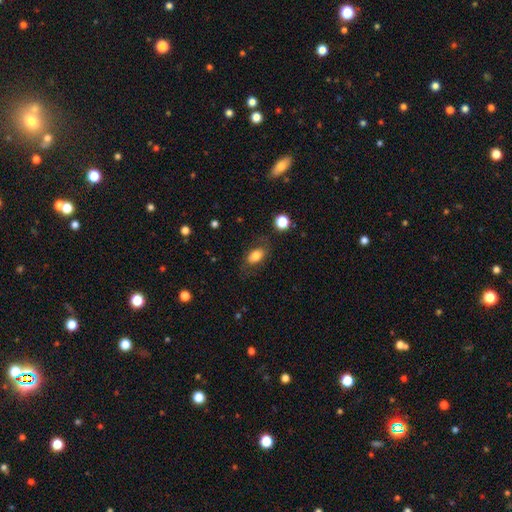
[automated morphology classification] type=smooth (76%); roundness=in between (87%); merging=none (73%).